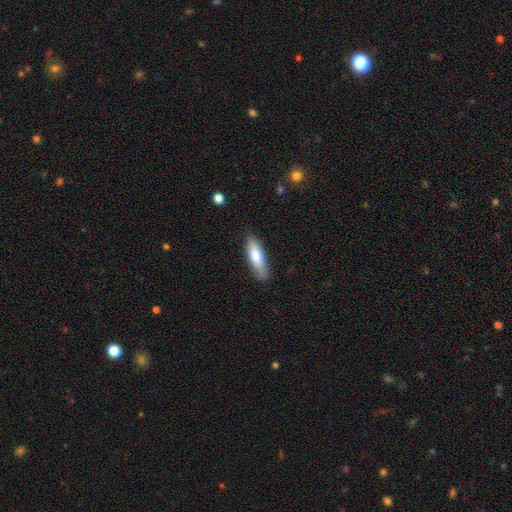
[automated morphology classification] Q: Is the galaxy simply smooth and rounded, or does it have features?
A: smooth — 72%.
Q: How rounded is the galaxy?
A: cigar-shaped — 57%.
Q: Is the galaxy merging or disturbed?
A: none — 84%.